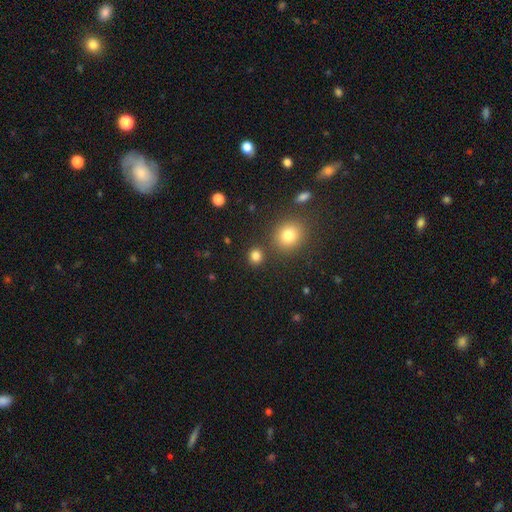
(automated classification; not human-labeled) Smooth or featured?
  - smooth: 82% *
  - star or artifact: 14%
  - featured or disk: 4%
How rounded?
  - round: 84% *
  - in between: 14%
  - cigar-shaped: 1%
Merging?
  - none: 84% *
  - minor disturbance: 7%
  - merger: 7%
  - major disturbance: 3%